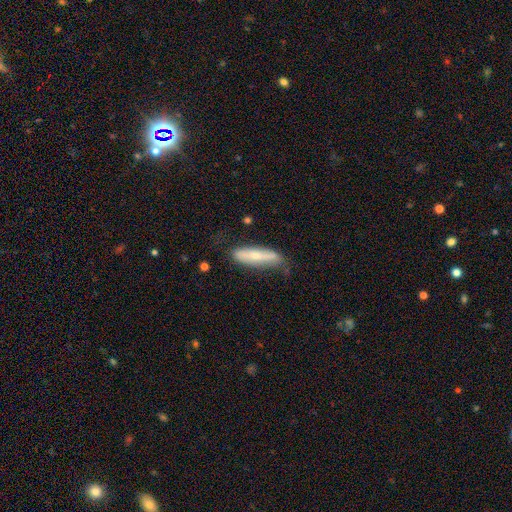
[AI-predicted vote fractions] A smooth galaxy with no disk features (49%). Merging: none (67%).